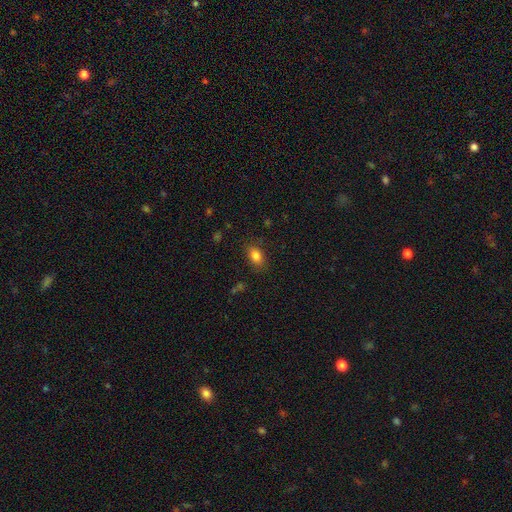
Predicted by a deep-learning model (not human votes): A smooth galaxy with no disk features (84%) that is in between round and cigar-shaped (85%).

Vote fractions:
- Smooth or featured? smooth: 84% / star or artifact: 9% / featured or disk: 7%
- How rounded? in between: 85% / round: 13% / cigar-shaped: 2%
- Merging? none: 83% / minor disturbance: 12% / major disturbance: 4% / merger: 1%